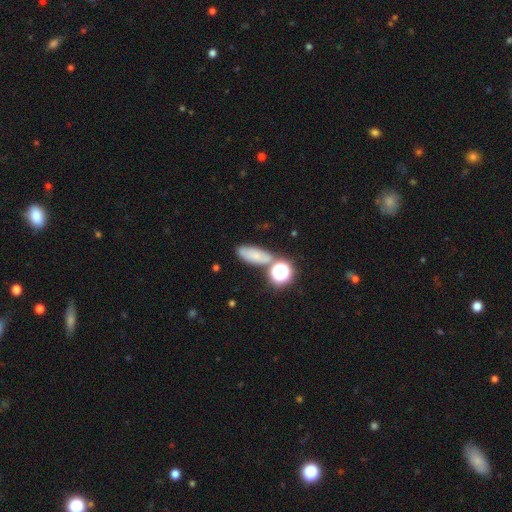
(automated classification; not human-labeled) smooth_or_featured: smooth (p=0.64) [alt: star or artifact p=0.20]
how_rounded: in between (p=0.68) [alt: round p=0.17]
merging: none (p=0.64) [alt: merger p=0.17]